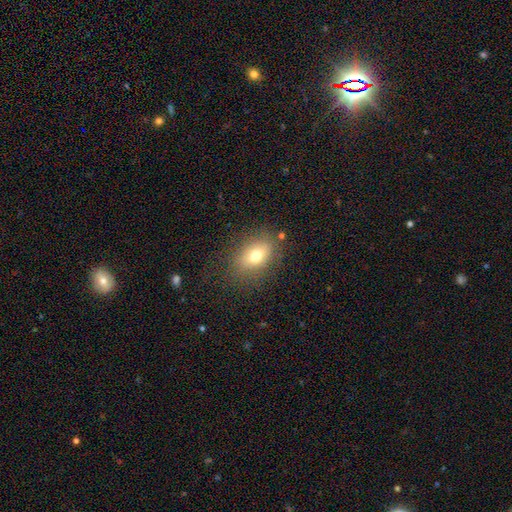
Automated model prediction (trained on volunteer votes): This appears to be a smooth galaxy with no disk features (73%) that is in between round and cigar-shaped (76%). Merging: none (78%).